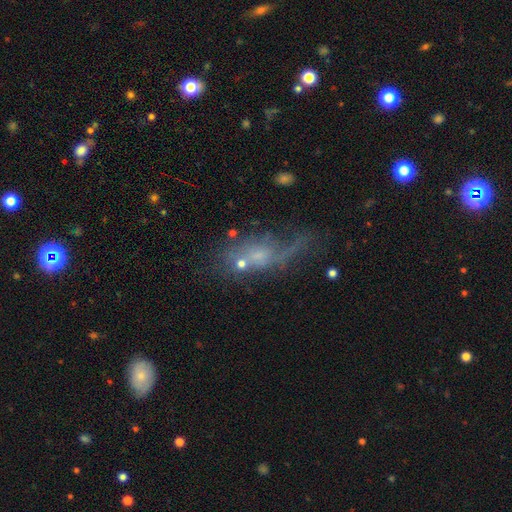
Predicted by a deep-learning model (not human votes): This appears to be a featured or disk galaxy (45%). Merging: major disturbance (34%).